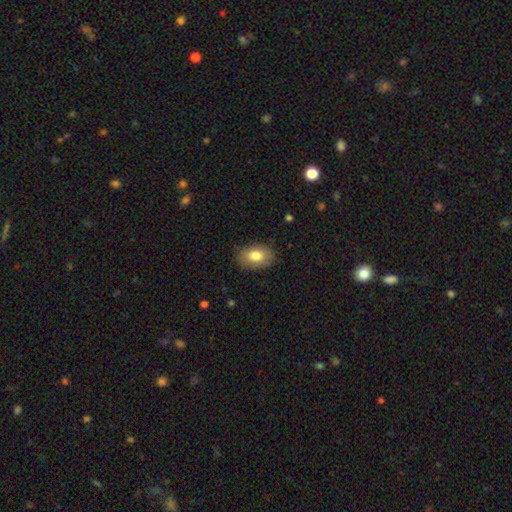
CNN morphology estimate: Smooth or featured? smooth (80%)
How rounded? in between (84%)
Merging? none (83%)